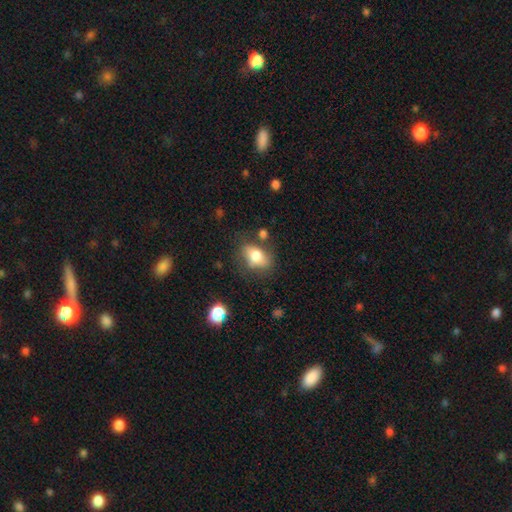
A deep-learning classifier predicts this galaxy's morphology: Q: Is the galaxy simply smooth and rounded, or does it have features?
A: smooth — 70%.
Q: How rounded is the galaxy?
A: in between — 78%.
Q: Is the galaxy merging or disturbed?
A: none — 66%.